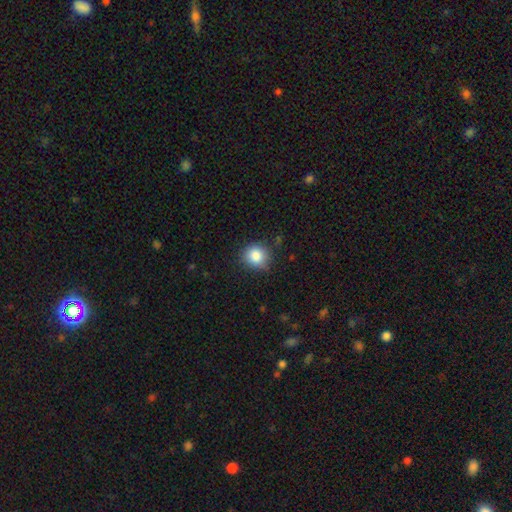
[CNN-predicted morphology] Overall: smooth (86%). How rounded: round (87%). Merging: none (83%).